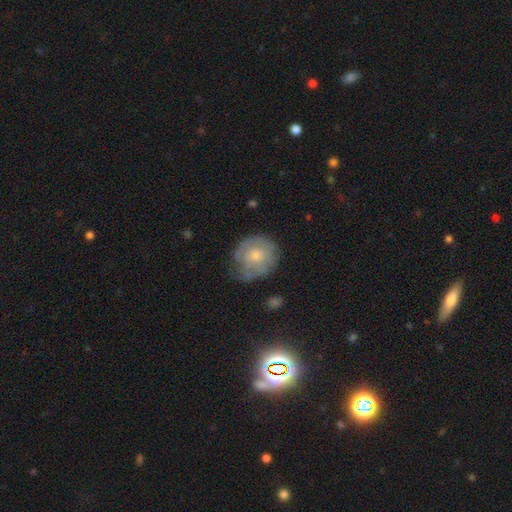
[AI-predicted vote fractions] This appears to be a smooth galaxy with no disk features (53%) that is round (78%). Merging: none (52%).